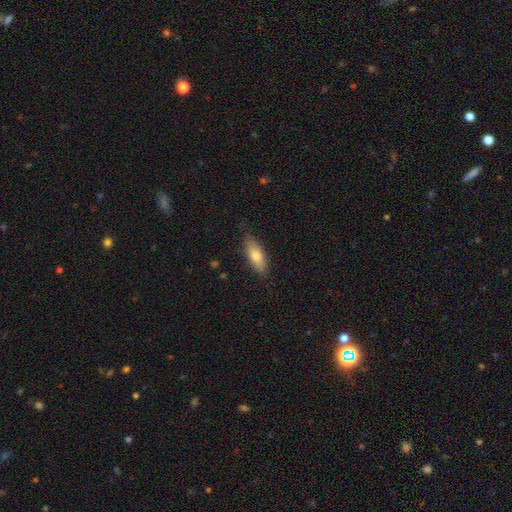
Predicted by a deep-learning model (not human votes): Smooth or featured? smooth (75%)
How rounded? in between (65%)
Merging? none (79%)